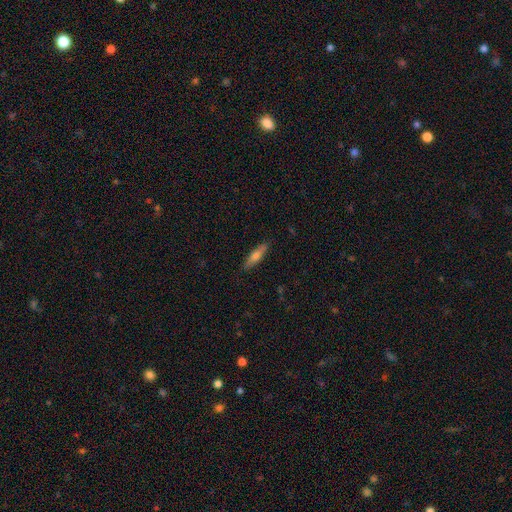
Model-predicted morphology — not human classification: type=smooth (64%); roundness=cigar-shaped (71%); merging=none (88%).